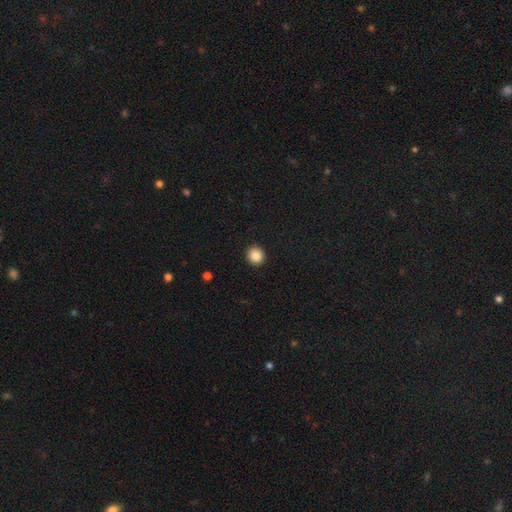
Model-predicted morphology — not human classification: smooth-or-featured: smooth: 86% | star or artifact: 9% | featured or disk: 5%
  how-rounded: round: 90% | in between: 9% | cigar-shaped: 1%
  merging: none: 93% | minor disturbance: 5% | major disturbance: 2% | merger: 1%